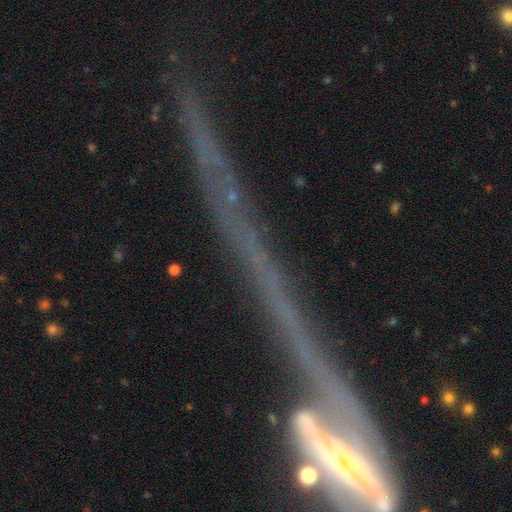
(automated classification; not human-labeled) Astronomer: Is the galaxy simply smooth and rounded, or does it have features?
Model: star or artifact — 50% (runner-up: featured or disk, 36%).